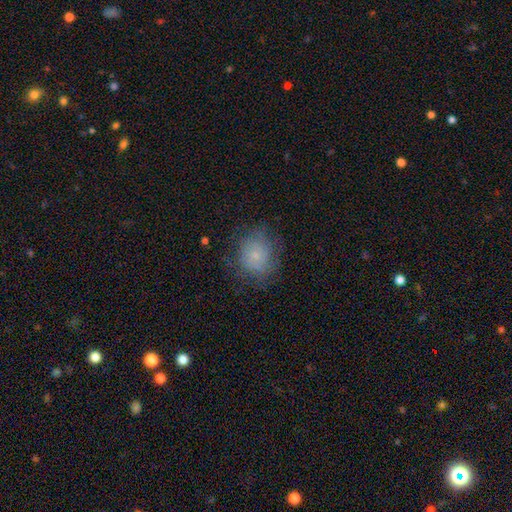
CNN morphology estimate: A smooth galaxy with no disk features (68%) that is round (76%).

Vote fractions:
- Smooth or featured? smooth: 68% / featured or disk: 21% / star or artifact: 11%
- How rounded? round: 76% / in between: 23% / cigar-shaped: 1%
- Merging? none: 70% / minor disturbance: 19% / major disturbance: 10% / merger: 1%